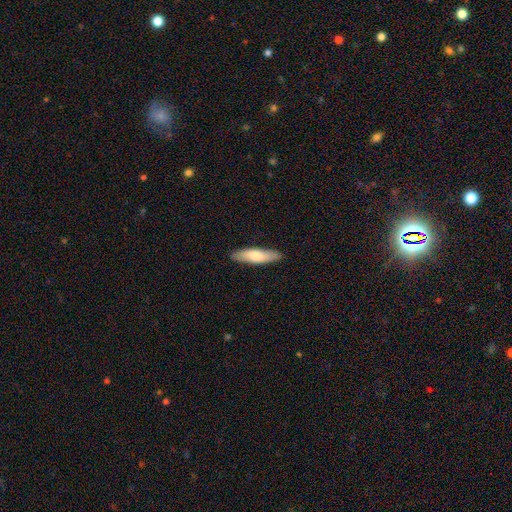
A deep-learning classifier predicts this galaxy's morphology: Smooth or featured? Predicted: smooth (p=0.73). How rounded? Predicted: cigar-shaped (p=0.67). Merging? Predicted: none (p=0.89).